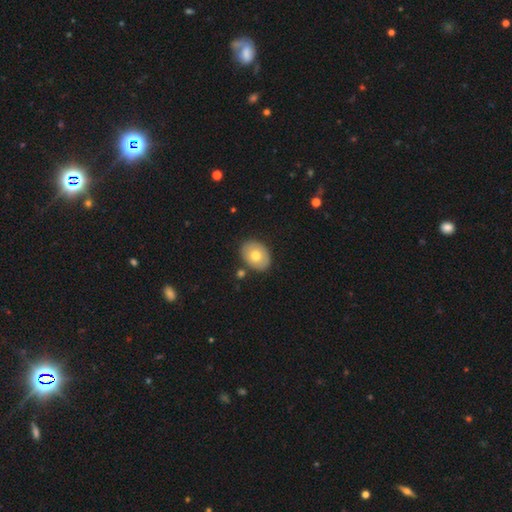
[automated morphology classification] Overall: smooth (71%). How rounded: in between (67%; round 32%). Merging: none (83%).